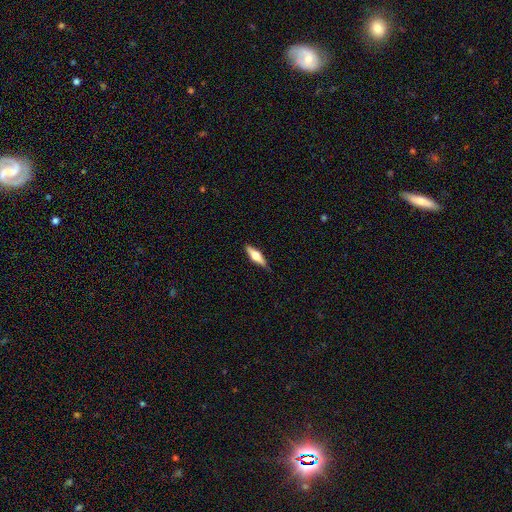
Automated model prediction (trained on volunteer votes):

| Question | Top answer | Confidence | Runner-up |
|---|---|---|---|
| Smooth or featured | featured or disk | 56% | smooth (38%) |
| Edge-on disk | yes | 95% | no (5%) |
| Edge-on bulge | rounded | 93% | boxy (5%) |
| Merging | none | 85% | minor disturbance (12%) |